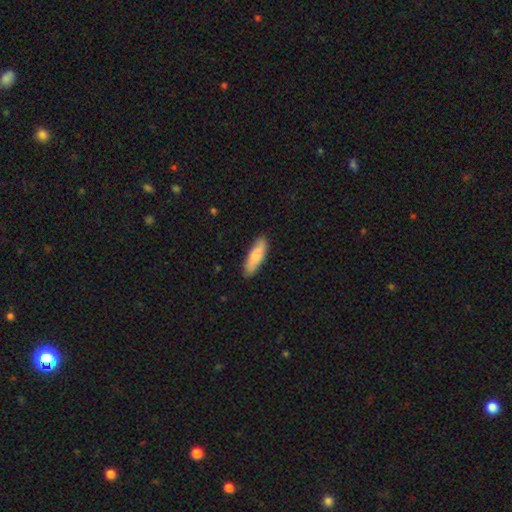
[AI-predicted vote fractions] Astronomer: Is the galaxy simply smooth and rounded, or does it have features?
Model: smooth — 79%.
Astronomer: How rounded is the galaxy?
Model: cigar-shaped — 52% (runner-up: in between, 46%).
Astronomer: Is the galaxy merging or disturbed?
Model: none — 87%.